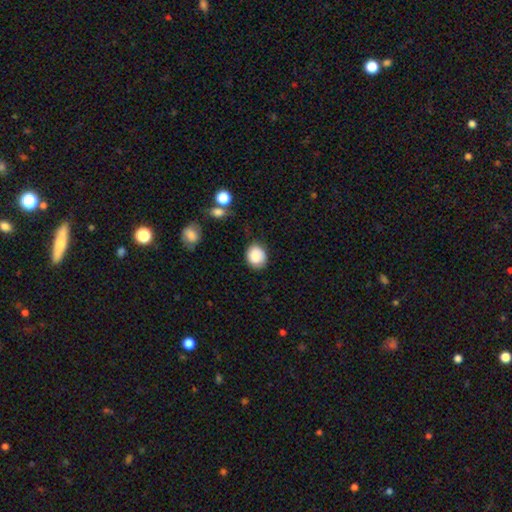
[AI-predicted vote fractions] Q: Smooth or featured?
A: smooth (86%); runner-up: star or artifact (8%)
Q: How rounded?
A: round (65%); runner-up: in between (34%)
Q: Merging?
A: none (79%); runner-up: minor disturbance (16%)